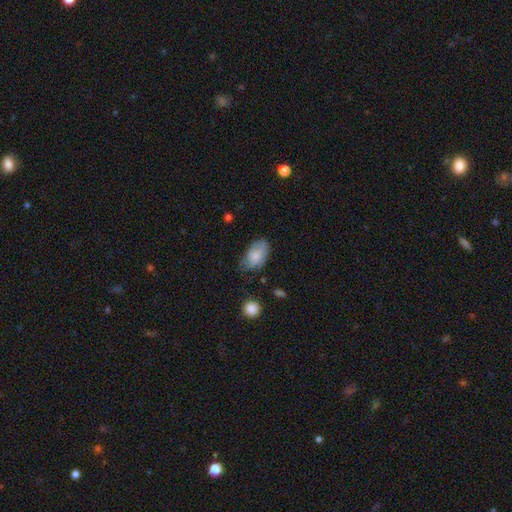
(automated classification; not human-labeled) smooth 76%, featured or disk 17%, star or artifact 7%. Down the decision tree: how rounded — in between (91%); merging — none (54%).